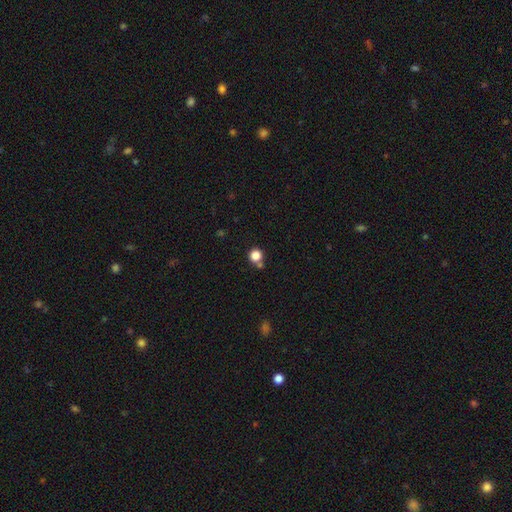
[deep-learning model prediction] The model was most divided on "merging": none: 69%, merger: 18%, minor disturbance: 9%, major disturbance: 4%. More confident: how rounded — round (92%); smooth or featured — smooth (83%).